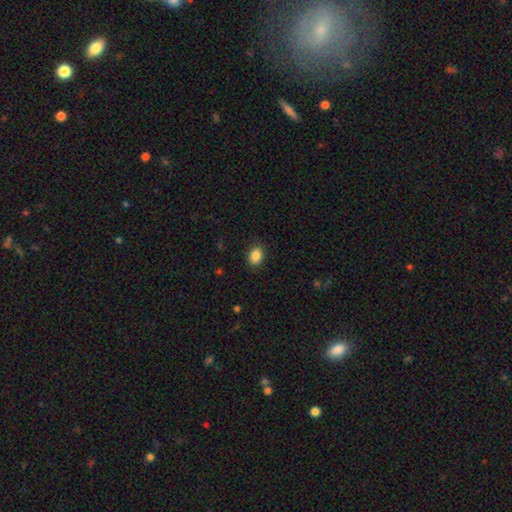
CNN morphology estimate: Overall: smooth (87%). How rounded: in between (66%; round 33%). Merging: none (87%).